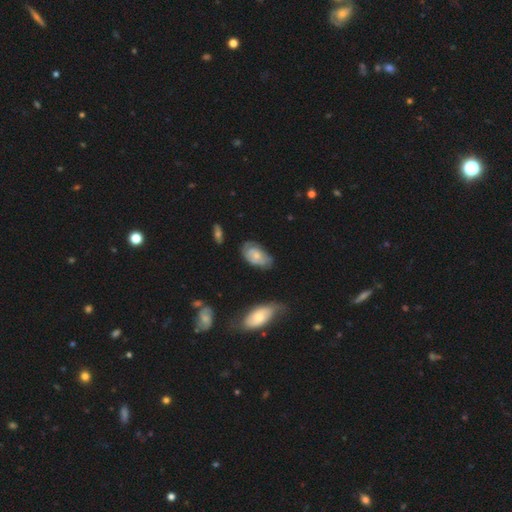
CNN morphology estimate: smooth_or_featured: smooth (p=0.48) [alt: featured or disk p=0.44]
merging: none (p=0.54) [alt: minor disturbance p=0.31]